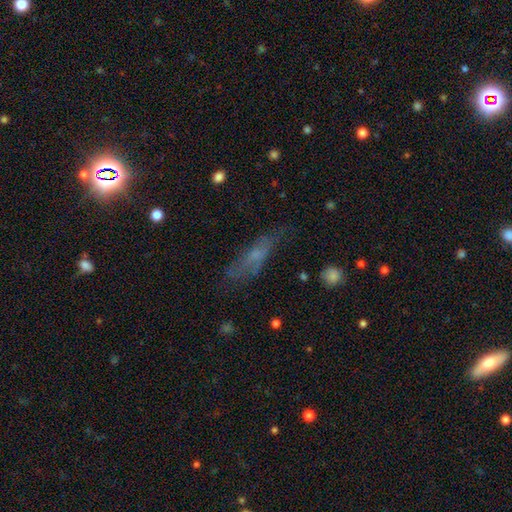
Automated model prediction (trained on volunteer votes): Smooth or featured: smooth — 49% (featured or disk — 38%)
Merging: none — 62% (minor disturbance — 23%)